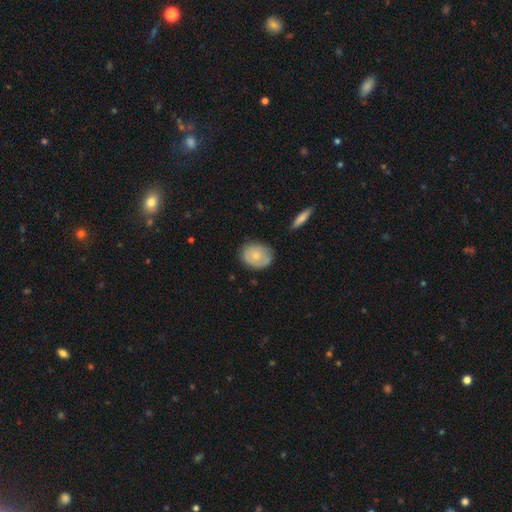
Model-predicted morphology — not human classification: Smooth or featured? Predicted: smooth (p=0.63). How rounded? Predicted: in between (p=0.55). Merging? Predicted: none (p=0.73).